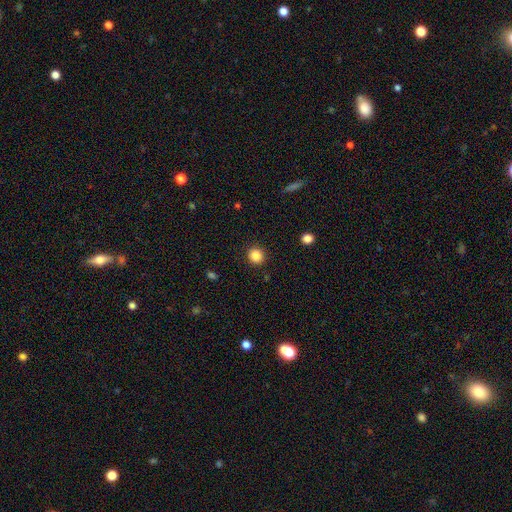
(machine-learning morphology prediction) Overall: smooth (86%). How rounded: round (91%). Merging: none (91%).